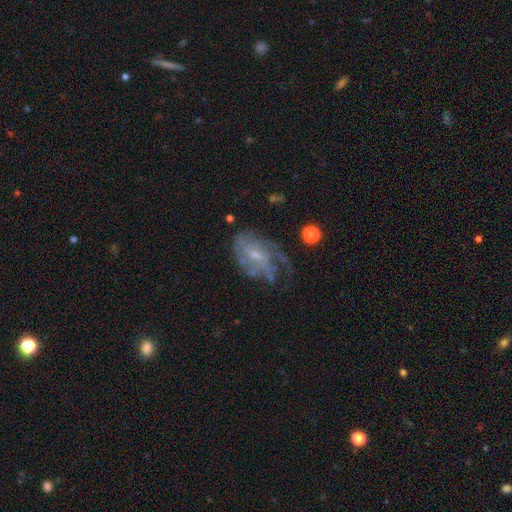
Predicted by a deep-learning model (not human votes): This is likely a featured or disk galaxy (73%). It is clearly not viewed edge-on (96%). Bar: possibly no (56%). Spiral arm pattern: likely yes (78%). Spiral arm count: possibly can't tell (51%). Spiral winding: marginally tight (39%). Central bulge: likely small (62%). Merging: marginally none (43%).